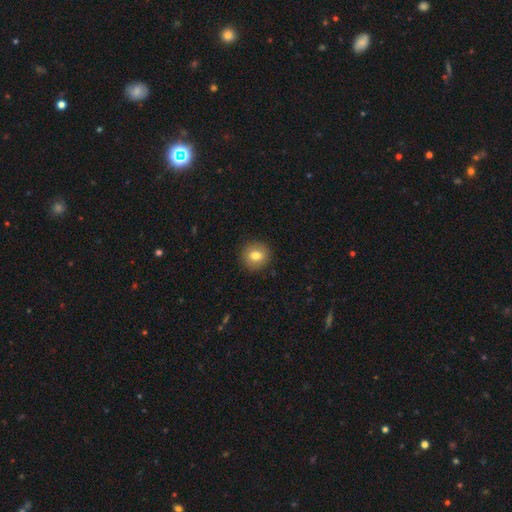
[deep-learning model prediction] A smooth galaxy with no disk features (79%) that is round (89%). Merging: none (91%).